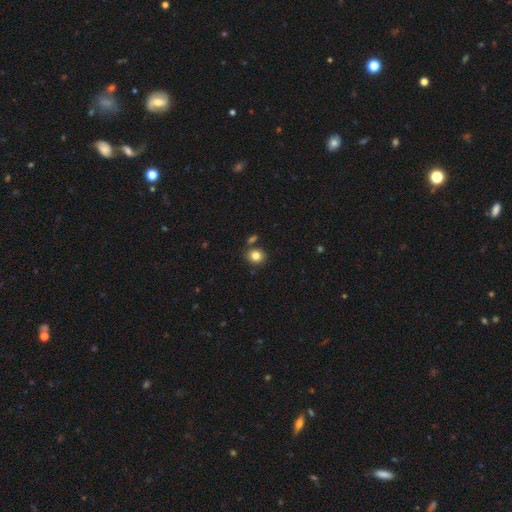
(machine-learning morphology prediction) smooth-or-featured: smooth: 83% | star or artifact: 11% | featured or disk: 6%
  how-rounded: round: 70% | in between: 29% | cigar-shaped: 1%
  merging: none: 79% | minor disturbance: 10% | merger: 9% | major disturbance: 3%